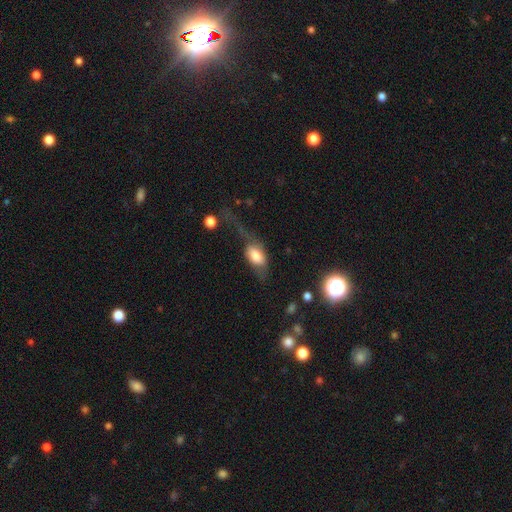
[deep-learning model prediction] Smooth or featured: smooth — 66% (featured or disk — 27%)
How rounded: in between — 87% (round — 8%)
Merging: major disturbance — 50% (none — 25%)